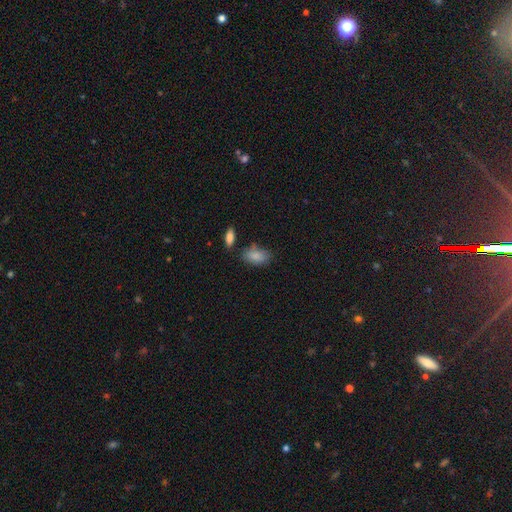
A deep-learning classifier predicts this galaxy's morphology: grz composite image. It shows a smooth galaxy with no disk features (86%) that is in between round and cigar-shaped (92%). Merging: none (68%).